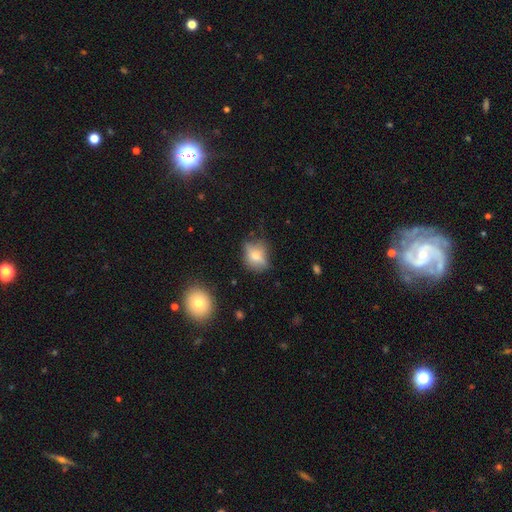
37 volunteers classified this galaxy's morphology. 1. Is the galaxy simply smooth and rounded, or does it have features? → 49% smooth, 43% featured or disk, 8% star or artifact.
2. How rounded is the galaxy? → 61% in between, 39% round, 0% cigar-shaped.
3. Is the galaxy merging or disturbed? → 50% none, 26% major disturbance, 21% minor disturbance, 3% merger.